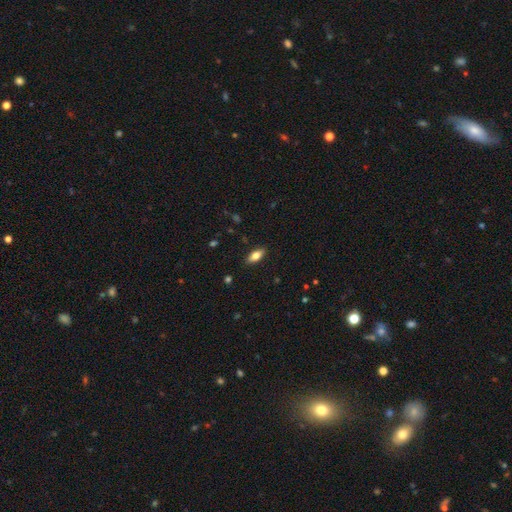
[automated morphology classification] smooth 75%, featured or disk 18%, star or artifact 7%. Down the decision tree: how rounded — in between (82%); merging — none (88%).